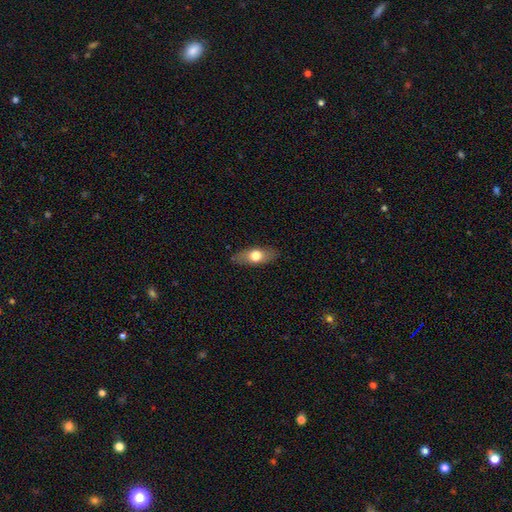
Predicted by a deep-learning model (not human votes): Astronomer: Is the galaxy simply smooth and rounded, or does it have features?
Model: smooth — 64%.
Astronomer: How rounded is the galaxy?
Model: in between — 72%.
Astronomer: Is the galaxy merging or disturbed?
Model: none — 84%.